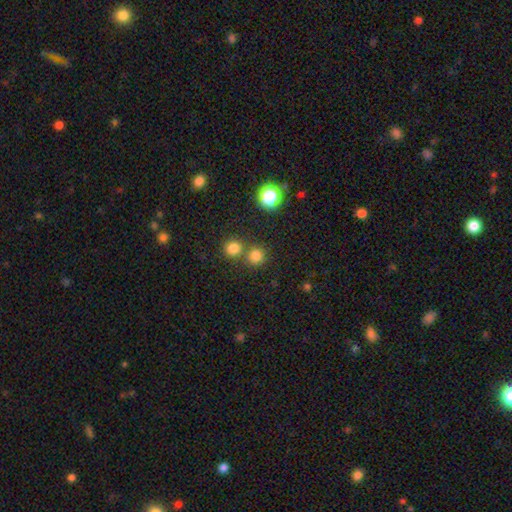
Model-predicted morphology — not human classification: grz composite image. It shows a smooth galaxy with no disk features (78%) that is round (91%). Merging: none (69%).